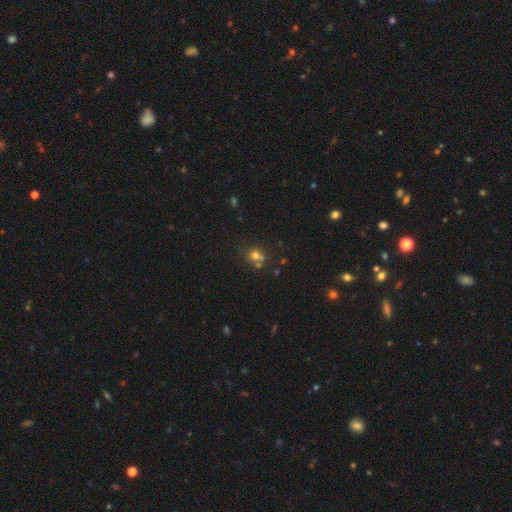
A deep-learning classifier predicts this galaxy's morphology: Smooth or featured: smooth — 66% (star or artifact — 20%)
How rounded: round — 80% (in between — 19%)
Merging: none — 55% (merger — 30%)